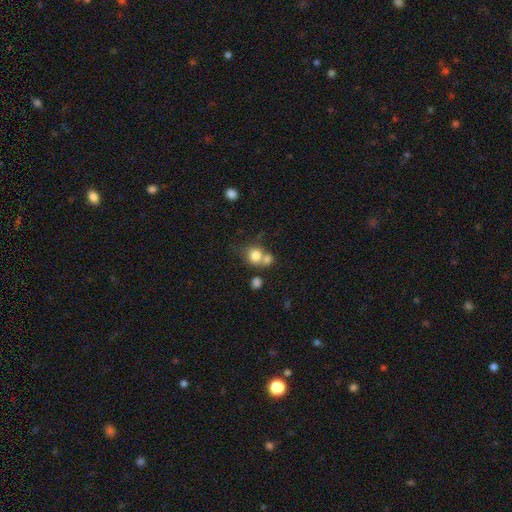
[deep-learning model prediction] Smooth or featured: smooth — 80% (star or artifact — 11%)
How rounded: round — 77% (in between — 22%)
Merging: none — 43% (merger — 42%)